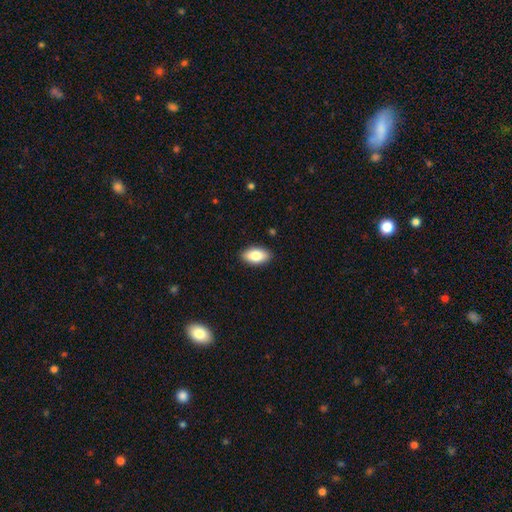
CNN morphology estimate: A smooth galaxy with no disk features (83%) that is in between round and cigar-shaped (94%).

Vote fractions:
- Smooth or featured? smooth: 83% / featured or disk: 10% / star or artifact: 7%
- How rounded? in between: 94% / round: 4% / cigar-shaped: 3%
- Merging? none: 90% / minor disturbance: 8% / major disturbance: 2% / merger: 1%